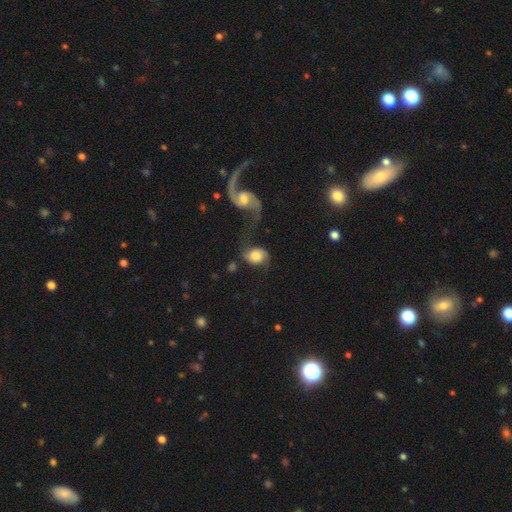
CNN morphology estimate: This appears to be a featured or disk galaxy (51%). Merging: none (38%).